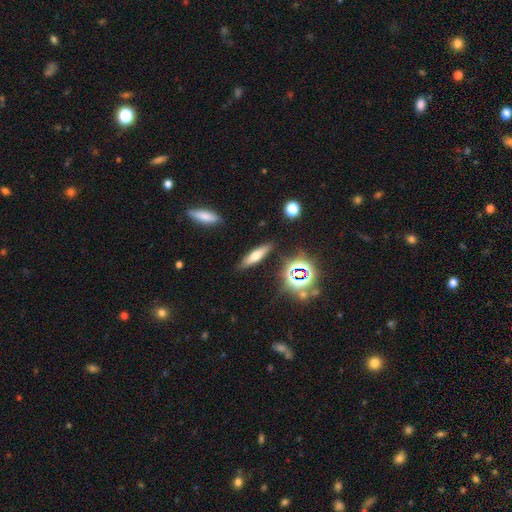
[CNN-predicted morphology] smooth_or_featured: smooth (p=0.55) [alt: featured or disk p=0.31]
how_rounded: cigar-shaped (p=0.67) [alt: in between p=0.30]
merging: none (p=0.85) [alt: minor disturbance p=0.10]